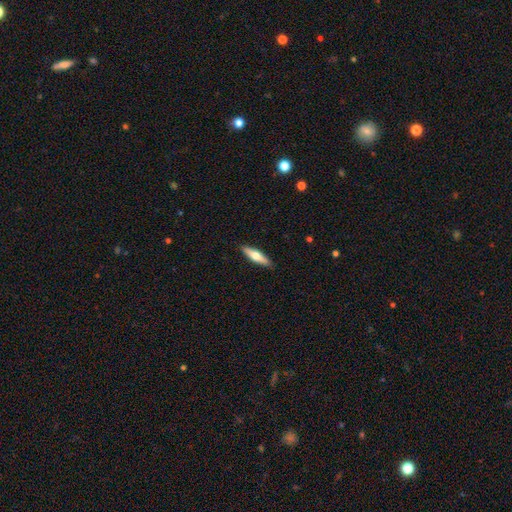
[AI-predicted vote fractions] Morphology: type=smooth (53%); roundness=cigar-shaped (70%); merging=none (90%).